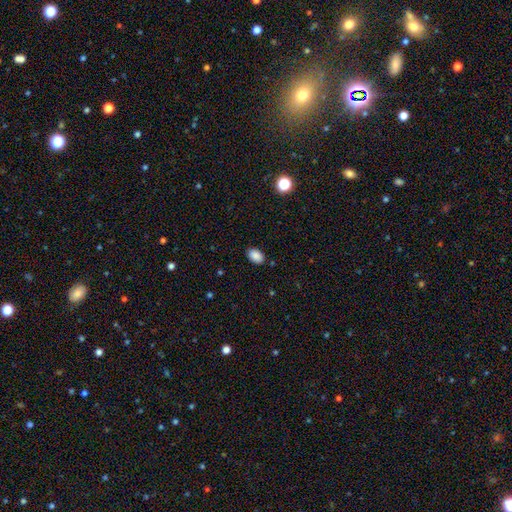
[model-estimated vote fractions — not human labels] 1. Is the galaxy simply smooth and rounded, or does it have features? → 88% smooth, 9% star or artifact, 3% featured or disk.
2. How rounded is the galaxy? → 87% in between, 12% round, 1% cigar-shaped.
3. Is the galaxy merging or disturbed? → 87% none, 9% minor disturbance, 2% major disturbance, 1% merger.